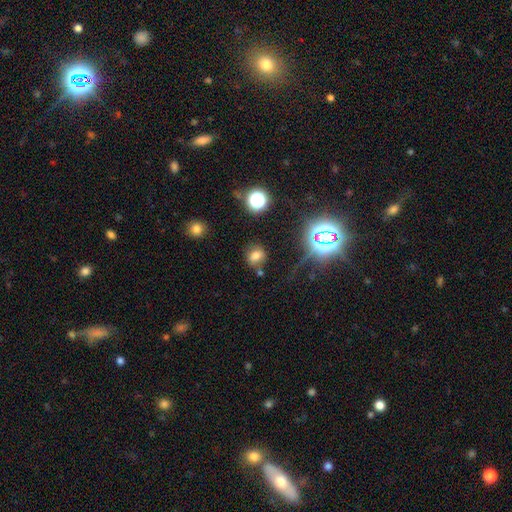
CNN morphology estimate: The model was most divided on "how rounded": round: 57%, in between: 41%, cigar-shaped: 2%. More confident: merging — none (71%); smooth or featured — smooth (66%).